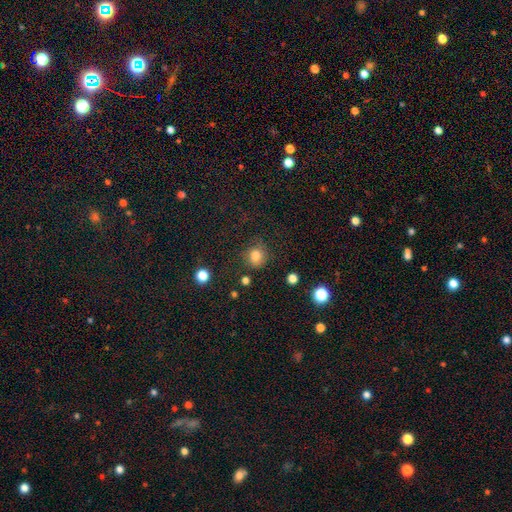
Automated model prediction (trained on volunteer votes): Smooth or featured? Predicted: smooth (p=0.80). How rounded? Predicted: round (p=0.81). Merging? Predicted: none (p=0.75).